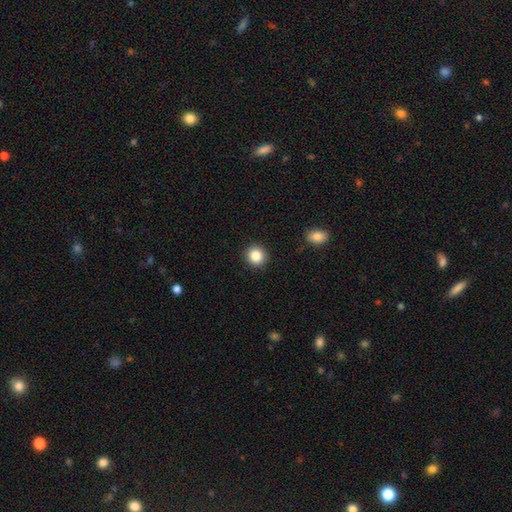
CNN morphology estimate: Smooth or featured? Predicted: smooth (p=0.86). How rounded? Predicted: round (p=0.91). Merging? Predicted: none (p=0.92).